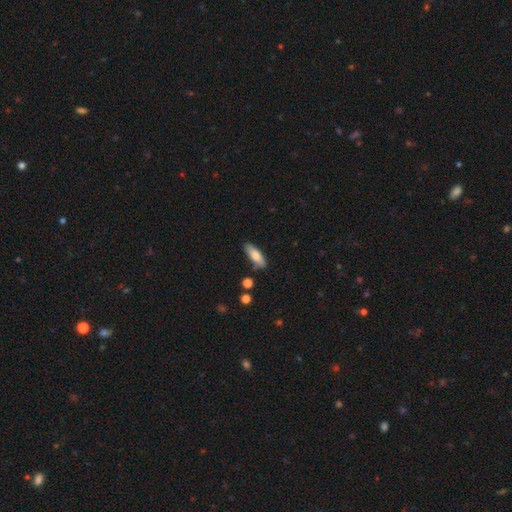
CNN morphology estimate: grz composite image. It shows a smooth galaxy with no disk features (76%) that is in between round and cigar-shaped (56%). Merging: none (79%).